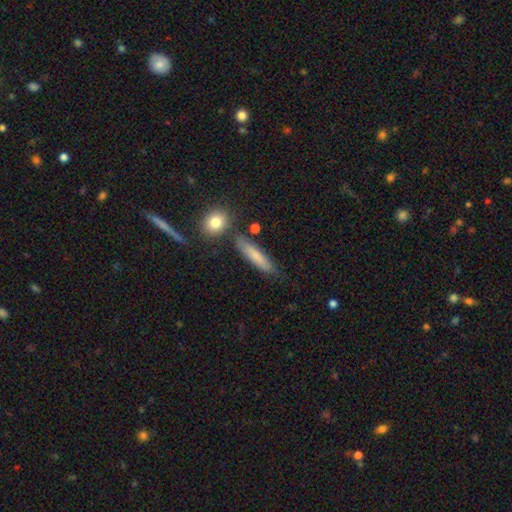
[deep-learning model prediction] Q: Smooth or featured?
A: smooth (76%); runner-up: featured or disk (17%)
Q: How rounded?
A: cigar-shaped (81%); runner-up: in between (16%)
Q: Merging?
A: none (79%); runner-up: minor disturbance (13%)